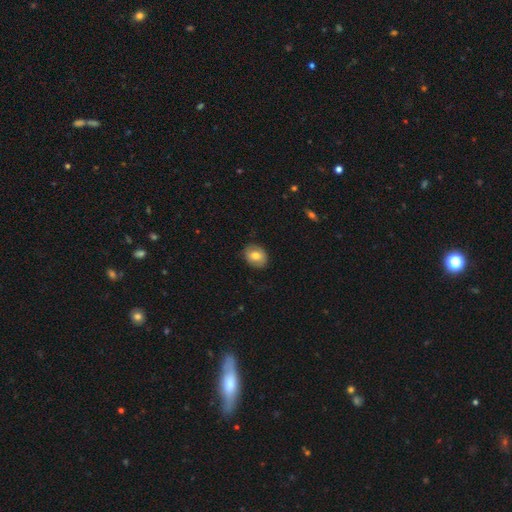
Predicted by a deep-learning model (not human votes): Smooth or featured?
  - smooth: 74% *
  - featured or disk: 19%
  - star or artifact: 7%
How rounded?
  - in between: 55% *
  - round: 44%
  - cigar-shaped: 1%
Merging?
  - none: 85% *
  - minor disturbance: 12%
  - major disturbance: 3%
  - merger: 1%